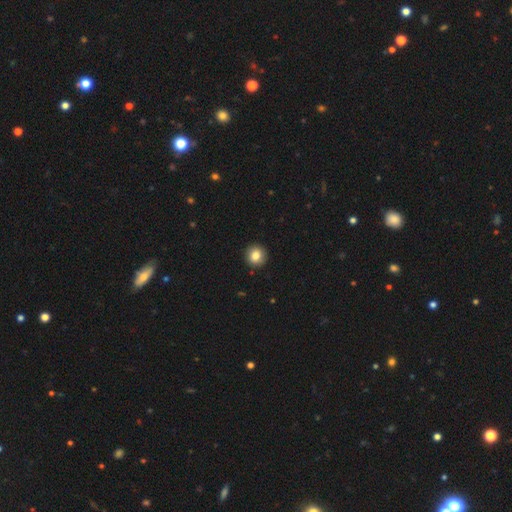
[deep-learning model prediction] smooth-or-featured: smooth: 83% | star or artifact: 9% | featured or disk: 8%
  how-rounded: round: 92% | in between: 7% | cigar-shaped: 1%
  merging: none: 92% | minor disturbance: 6% | major disturbance: 2% | merger: 1%